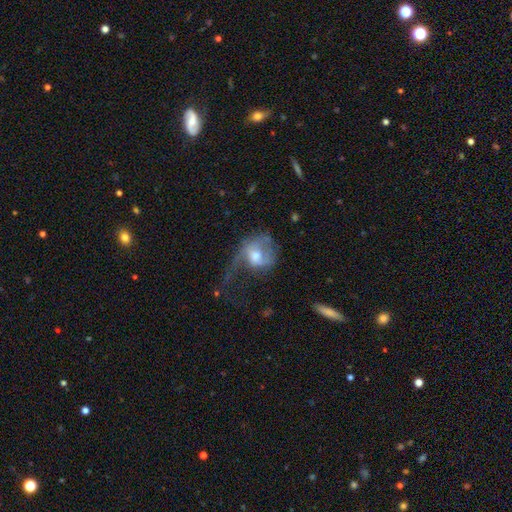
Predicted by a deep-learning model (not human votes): Smooth or featured? featured or disk (55%)
Edge-on disk? no (96%)
Bar? no (62%)
Spiral arms? yes (62%)
Bulge size? moderate (66%)
Merging? major disturbance (56%)